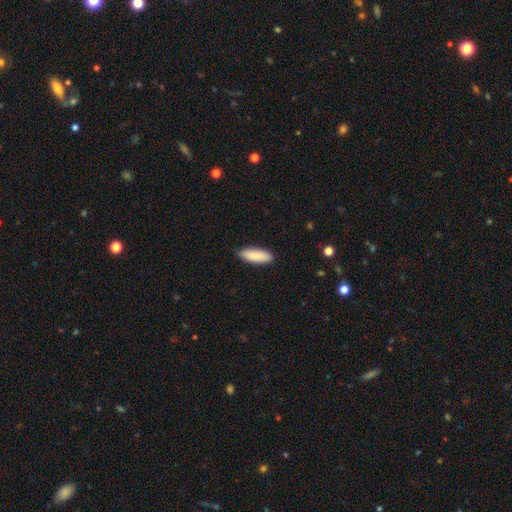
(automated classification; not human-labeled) smooth_or_featured: smooth (p=0.89) [alt: featured or disk p=0.06]
how_rounded: in between (p=0.57) [alt: cigar-shaped p=0.41]
merging: none (p=0.88) [alt: minor disturbance p=0.09]